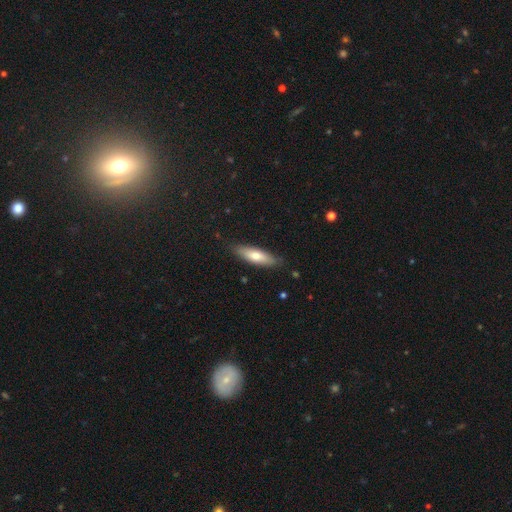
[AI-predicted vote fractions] This appears to be a smooth galaxy with no disk features (69%) that is cigar-shaped (54%). Merging: none (85%).